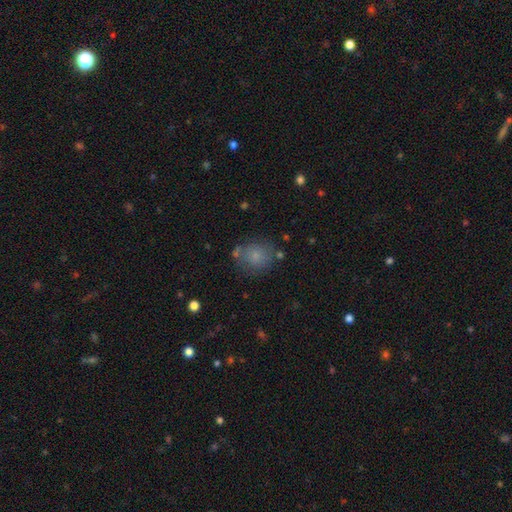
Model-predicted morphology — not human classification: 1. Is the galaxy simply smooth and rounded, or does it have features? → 70% smooth, 17% featured or disk, 13% star or artifact.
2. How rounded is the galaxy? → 73% round, 26% in between, 1% cigar-shaped.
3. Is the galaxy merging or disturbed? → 68% none, 18% minor disturbance, 7% major disturbance, 7% merger.